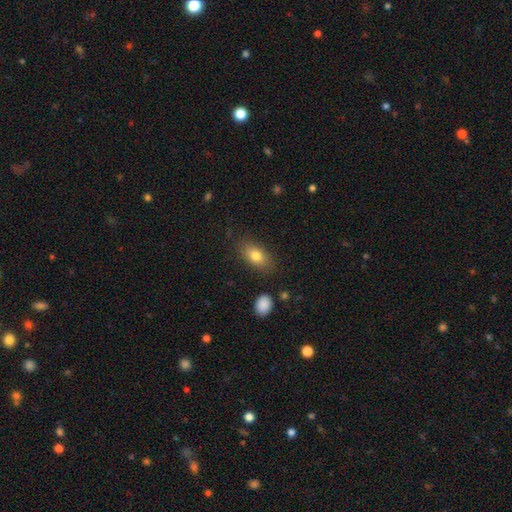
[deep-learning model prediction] This is likely a smooth galaxy (79%). How rounded: clearly in between (86%). Merging: clearly none (82%).